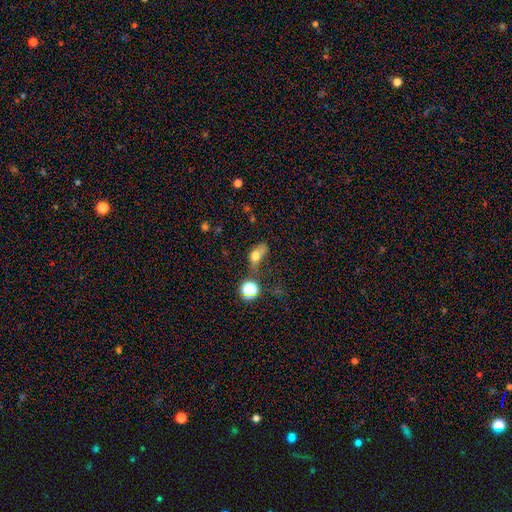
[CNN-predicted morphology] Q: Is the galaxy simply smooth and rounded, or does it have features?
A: smooth — 66%.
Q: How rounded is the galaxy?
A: in between — 70%.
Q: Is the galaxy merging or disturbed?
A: none — 29%.